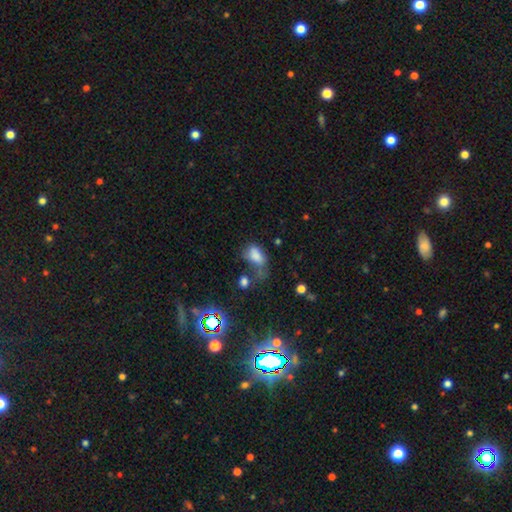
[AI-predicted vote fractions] Smooth or featured: smooth — 75% (star or artifact — 14%)
How rounded: in between — 88% (round — 9%)
Merging: none — 30% (major disturbance — 28%)